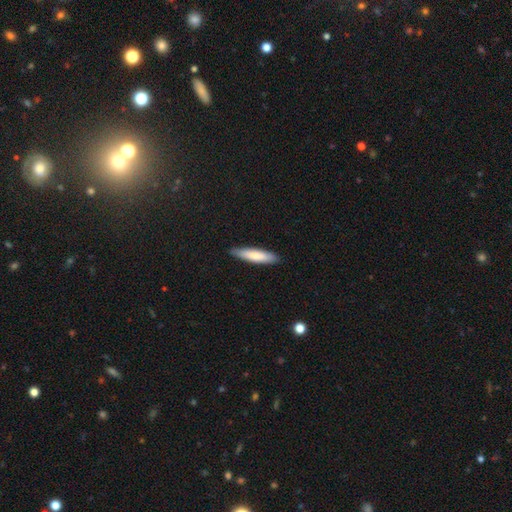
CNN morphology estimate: smooth 76%, featured or disk 19%, star or artifact 5%. Down the decision tree: how rounded — cigar-shaped (79%); merging — none (88%).